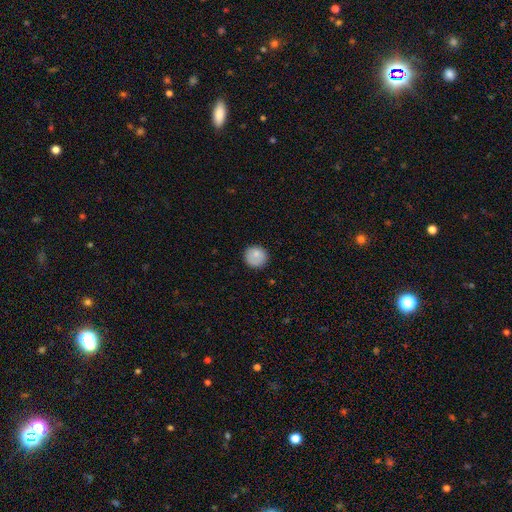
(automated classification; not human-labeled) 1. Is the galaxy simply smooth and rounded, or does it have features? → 80% smooth, 13% featured or disk, 8% star or artifact.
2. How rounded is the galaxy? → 91% round, 8% in between, 1% cigar-shaped.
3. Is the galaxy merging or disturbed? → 84% none, 12% minor disturbance, 3% major disturbance, 1% merger.